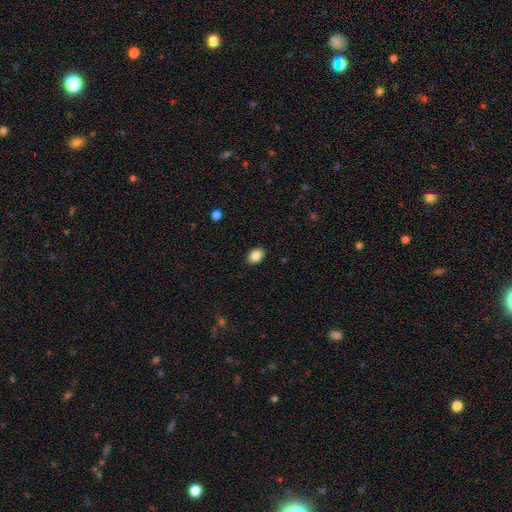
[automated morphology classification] A smooth galaxy with no disk features (87%) that is in between round and cigar-shaped (80%).

Vote fractions:
- Smooth or featured? smooth: 87% / star or artifact: 8% / featured or disk: 5%
- How rounded? in between: 80% / round: 19% / cigar-shaped: 1%
- Merging? none: 89% / minor disturbance: 8% / major disturbance: 2% / merger: 1%